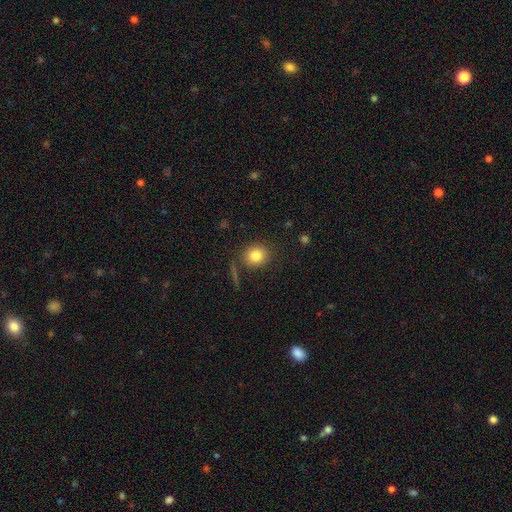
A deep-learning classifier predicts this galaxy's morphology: smooth-or-featured: smooth: 81% | star or artifact: 11% | featured or disk: 8%
  how-rounded: round: 80% | in between: 18% | cigar-shaped: 1%
  merging: none: 83% | minor disturbance: 9% | merger: 4% | major disturbance: 4%